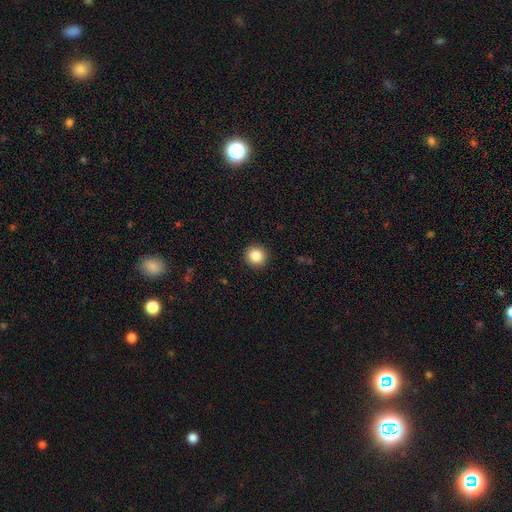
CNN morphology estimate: smooth-or-featured: smooth: 85% | star or artifact: 9% | featured or disk: 5%
  how-rounded: round: 93% | in between: 6% | cigar-shaped: 1%
  merging: none: 92% | minor disturbance: 5% | major disturbance: 2% | merger: 1%